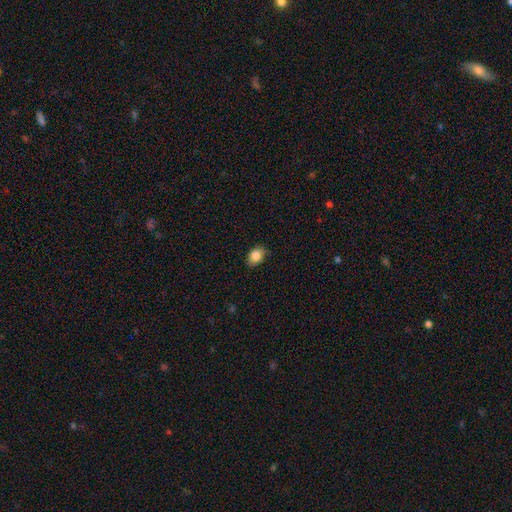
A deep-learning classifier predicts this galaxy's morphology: smooth-or-featured: smooth: 84% | star or artifact: 9% | featured or disk: 7%
  how-rounded: in between: 74% | round: 25% | cigar-shaped: 1%
  merging: none: 79% | minor disturbance: 17% | major disturbance: 3% | merger: 1%